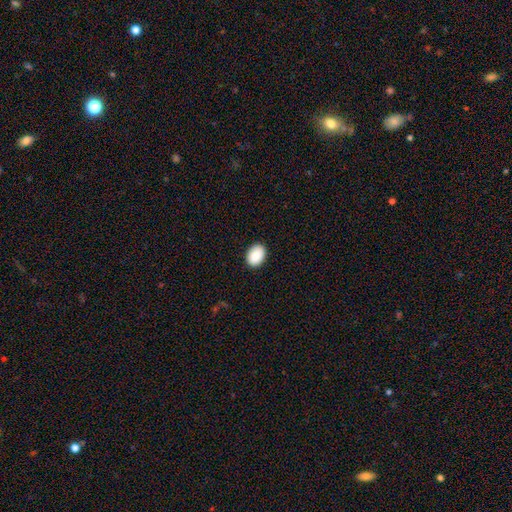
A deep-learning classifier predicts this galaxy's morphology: A smooth galaxy with no disk features (90%) that is in between round and cigar-shaped (75%).

Vote fractions:
- Smooth or featured? smooth: 90% / star or artifact: 7% / featured or disk: 3%
- How rounded? in between: 75% / round: 25% / cigar-shaped: 1%
- Merging? none: 89% / minor disturbance: 8% / major disturbance: 2% / merger: 1%